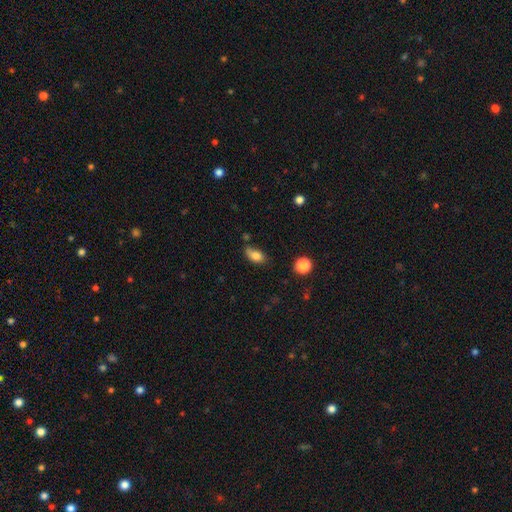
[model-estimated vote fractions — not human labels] Morphology: type=smooth (80%); roundness=in between (85%); merging=none (58%).